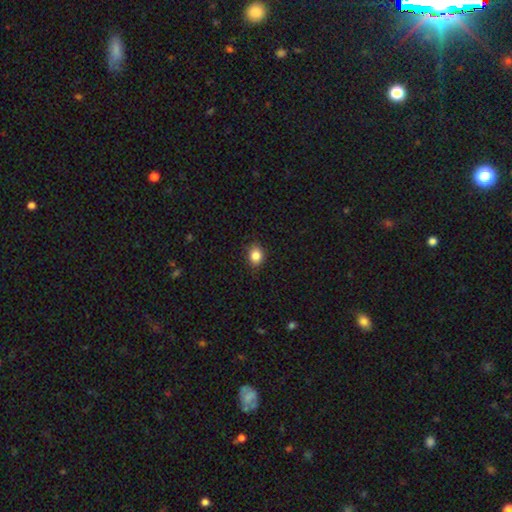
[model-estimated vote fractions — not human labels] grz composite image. It shows a smooth galaxy with no disk features (85%) that is in between round and cigar-shaped (52%). Merging: none (85%).